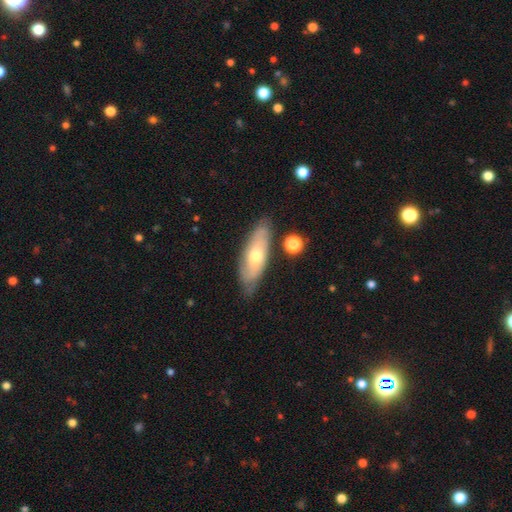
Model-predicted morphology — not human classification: The model was most divided on "smooth or featured": featured or disk: 51%, smooth: 42%, star or artifact: 7%. More confident: merging — none (77%); edge-on disk — no (69%).